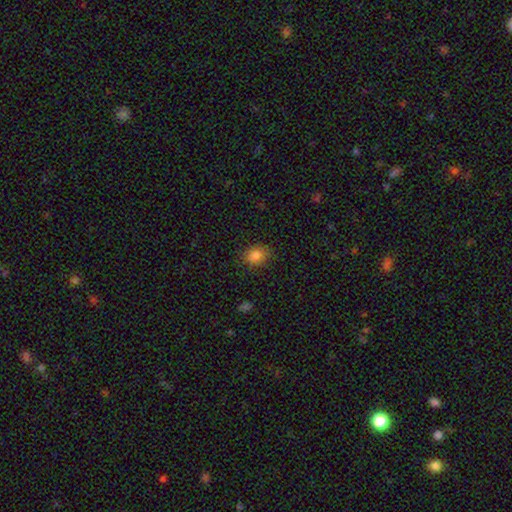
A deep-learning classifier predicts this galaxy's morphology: smooth 83%, star or artifact 11%, featured or disk 6%. Down the decision tree: how rounded — in between (51%); merging — none (83%).